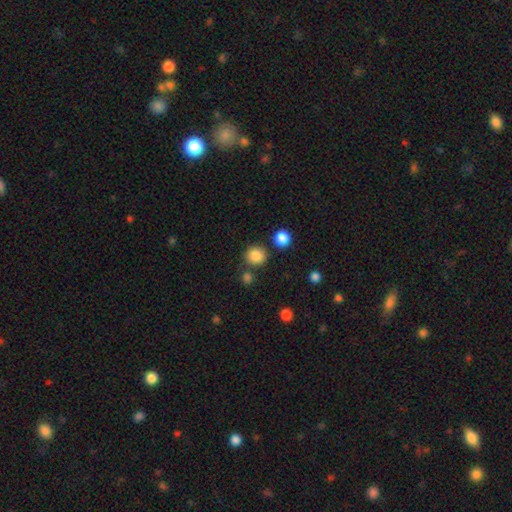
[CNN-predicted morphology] smooth-or-featured: smooth: 85% | star or artifact: 11% | featured or disk: 4%
  how-rounded: round: 89% | in between: 10% | cigar-shaped: 1%
  merging: none: 80% | merger: 9% | minor disturbance: 8% | major disturbance: 3%